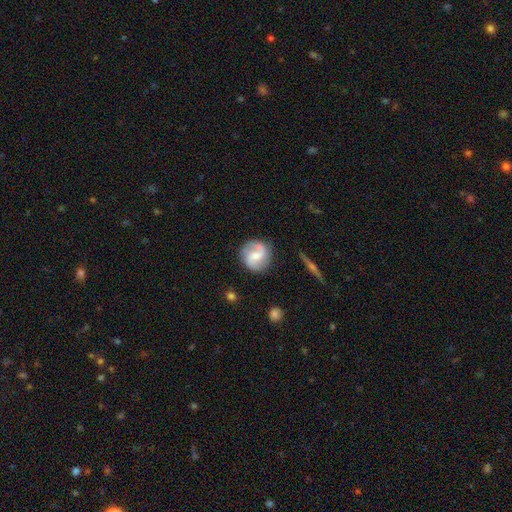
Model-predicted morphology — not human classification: Smooth or featured? Predicted: featured or disk (p=0.76). Edge-on disk? Predicted: no (p=0.98). Bar? Predicted: weak (p=0.49). Spiral arms? Predicted: yes (p=0.95). Spiral winding? Predicted: medium (p=0.46). Spiral arm count? Predicted: 2 (p=0.89). Bulge size? Predicted: small (p=0.45). Merging? Predicted: none (p=0.82).